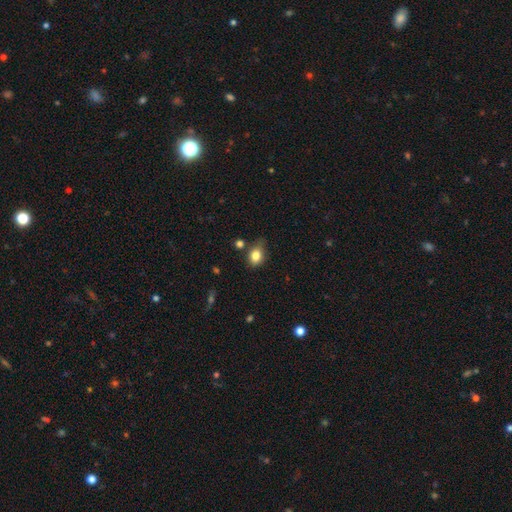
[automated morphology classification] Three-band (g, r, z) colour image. It shows a smooth galaxy with no disk features (82%) that is in between round and cigar-shaped (62%). Merging: none (62%).